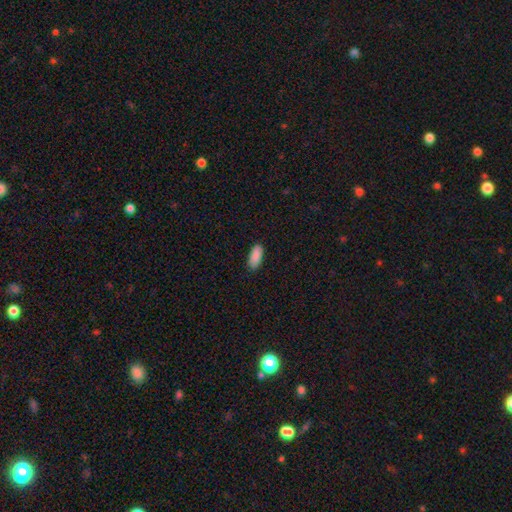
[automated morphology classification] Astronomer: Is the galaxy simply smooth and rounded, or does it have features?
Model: smooth — 90%.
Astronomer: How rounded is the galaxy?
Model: in between — 83%.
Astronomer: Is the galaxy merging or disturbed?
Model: none — 87%.